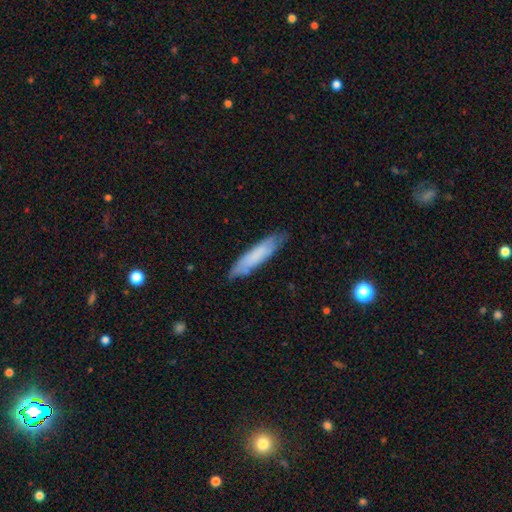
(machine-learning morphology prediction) A smooth galaxy with no disk features (68%) that is cigar-shaped (79%). Merging: none (80%).